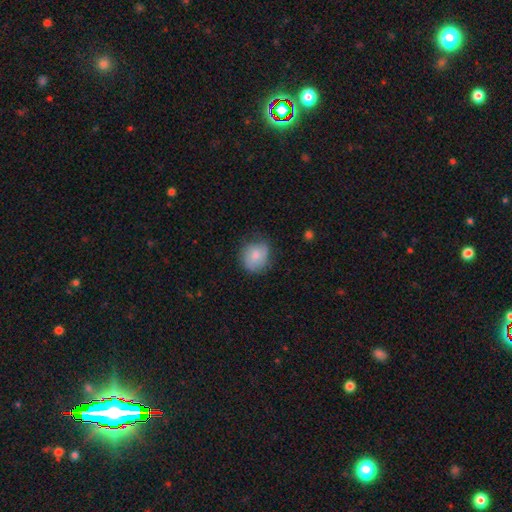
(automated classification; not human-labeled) Q: Smooth or featured?
A: smooth (76%); runner-up: featured or disk (17%)
Q: How rounded?
A: round (74%); runner-up: in between (25%)
Q: Merging?
A: none (66%); runner-up: minor disturbance (26%)